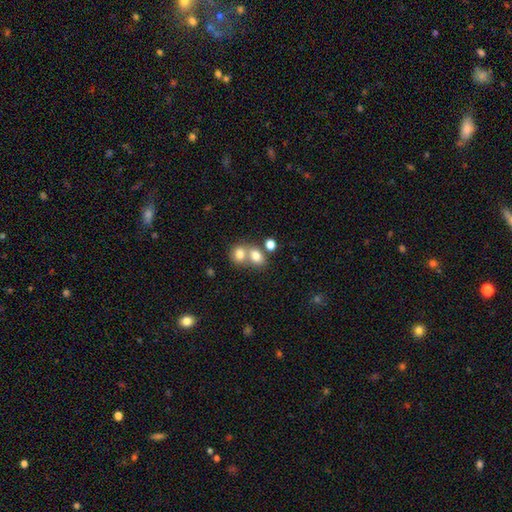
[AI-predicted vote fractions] smooth 76%, featured or disk 13%, star or artifact 11%. Down the decision tree: how rounded — in between (52%); merging — merger (58%).